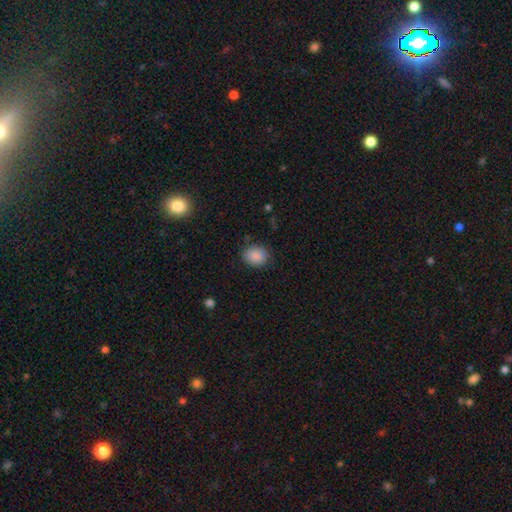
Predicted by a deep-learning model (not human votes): Smooth or featured: smooth — 88% (star or artifact — 8%)
How rounded: round — 58% (in between — 41%)
Merging: none — 84% (minor disturbance — 12%)